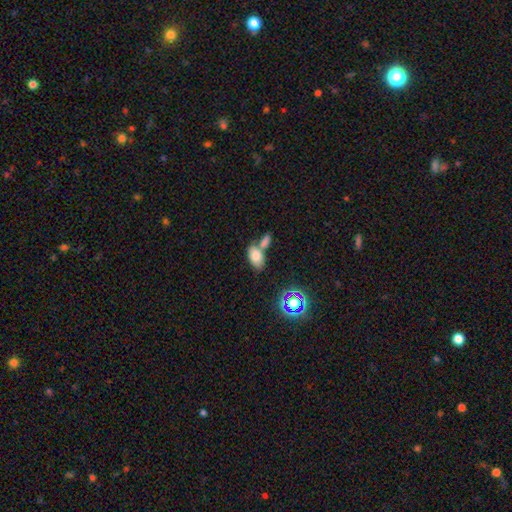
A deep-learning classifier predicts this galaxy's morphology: type=smooth (76%); roundness=in between (90%); merging=merger (43%).